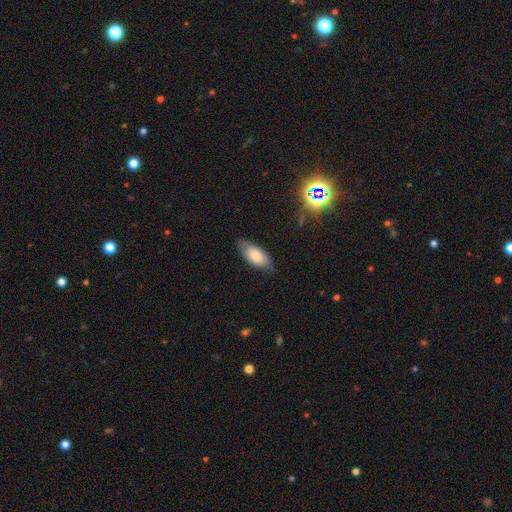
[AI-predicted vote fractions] A smooth galaxy with no disk features (77%) that is in between round and cigar-shaped (87%). Merging: none (75%).